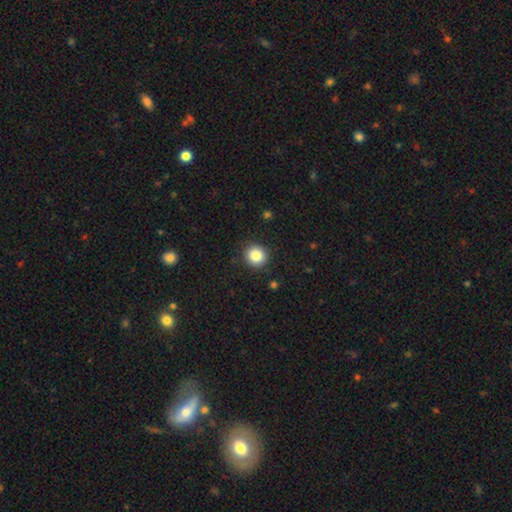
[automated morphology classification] This is clearly a smooth galaxy (85%). How rounded: clearly round (92%). Merging: clearly none (90%).